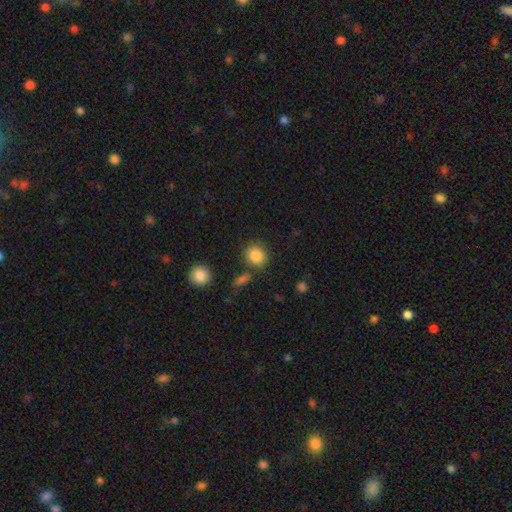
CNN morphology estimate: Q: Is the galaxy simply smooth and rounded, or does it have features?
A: smooth — 86%.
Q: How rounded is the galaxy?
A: round — 75%.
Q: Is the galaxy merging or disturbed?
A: none — 77%.